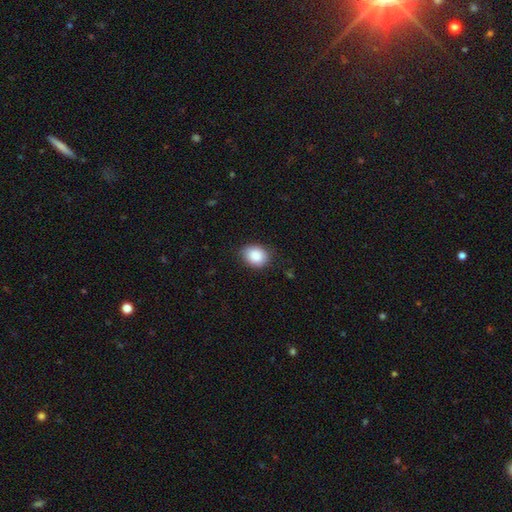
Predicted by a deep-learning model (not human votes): Q: Smooth or featured?
A: smooth (88%); runner-up: star or artifact (7%)
Q: How rounded?
A: in between (52%); runner-up: round (47%)
Q: Merging?
A: none (82%); runner-up: minor disturbance (14%)